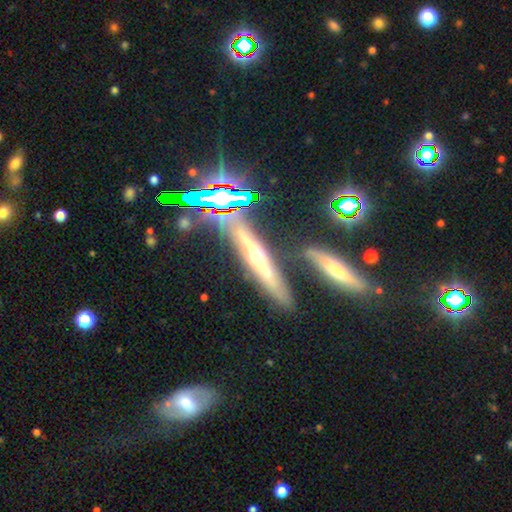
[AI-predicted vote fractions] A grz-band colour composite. It shows a featured or disk galaxy (58%) viewed edge-on (88%) with a rounded central bulge (89%). Merging: none (75%).